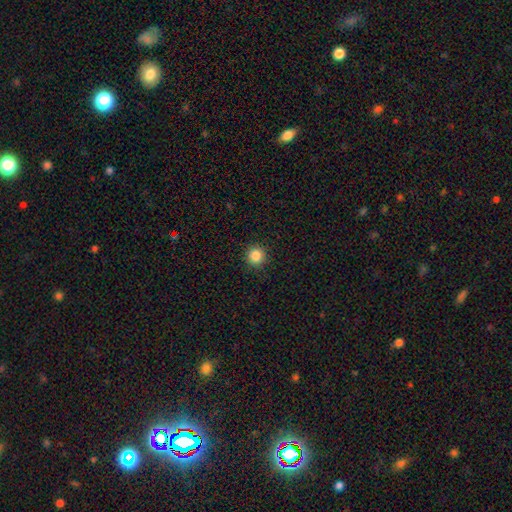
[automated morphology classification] smooth_or_featured: smooth (p=0.86) [alt: star or artifact p=0.11]
how_rounded: round (p=0.93) [alt: in between p=0.06]
merging: none (p=0.92) [alt: minor disturbance p=0.05]